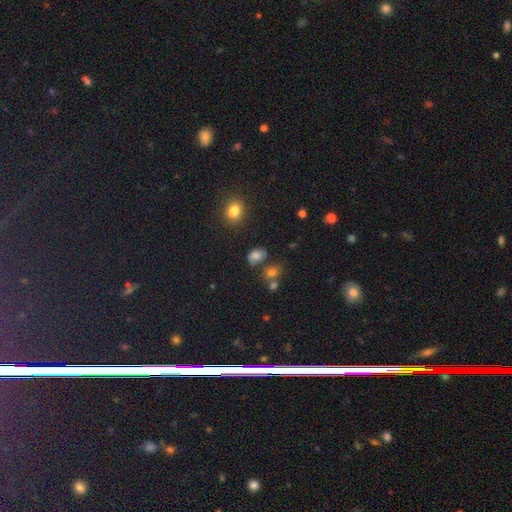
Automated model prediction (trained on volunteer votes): Smooth or featured? smooth (73%)
How rounded? in between (75%)
Merging? none (56%)